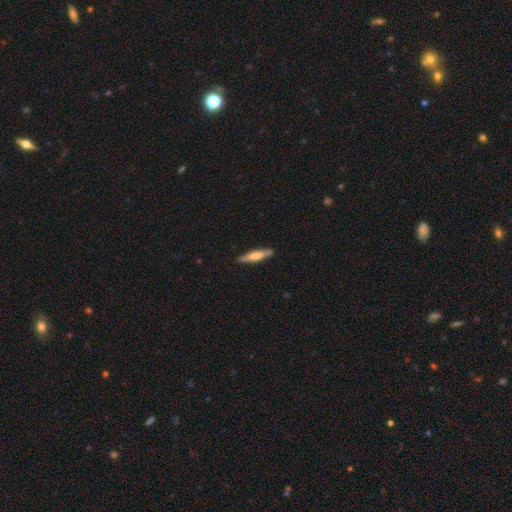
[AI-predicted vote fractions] Smooth or featured: smooth — 60% (featured or disk — 35%)
How rounded: cigar-shaped — 85% (in between — 13%)
Merging: none — 83% (minor disturbance — 13%)